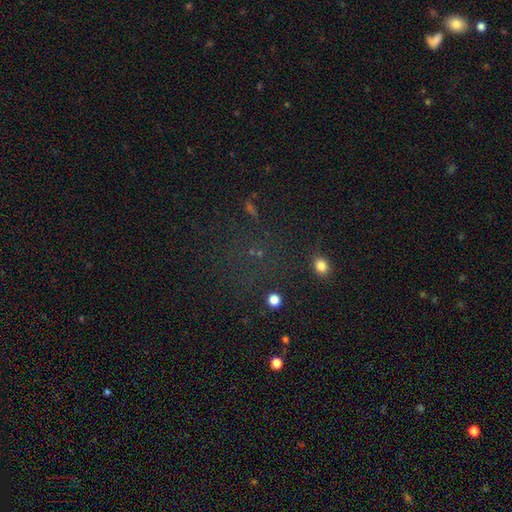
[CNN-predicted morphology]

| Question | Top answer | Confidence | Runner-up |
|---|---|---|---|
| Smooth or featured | star or artifact | 57% | smooth (30%) |